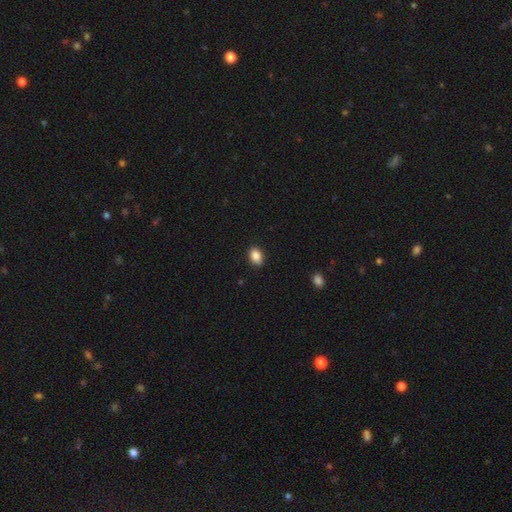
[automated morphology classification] This appears to be a smooth galaxy with no disk features (88%) that is in between round and cigar-shaped (80%). Merging: none (87%).